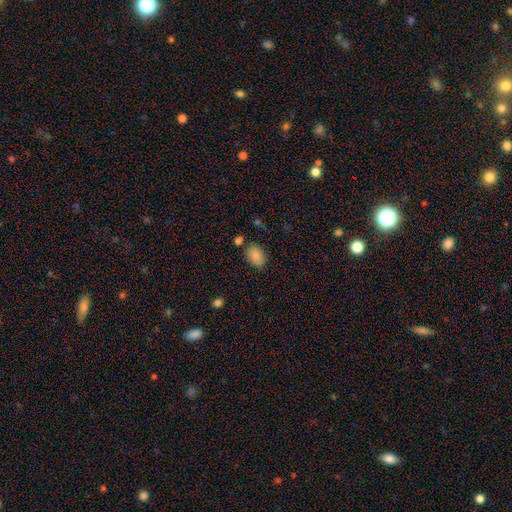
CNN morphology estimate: The model was most divided on "merging": none: 77%, minor disturbance: 15%, merger: 5%, major disturbance: 3%. More confident: how rounded — in between (87%); smooth or featured — smooth (86%).